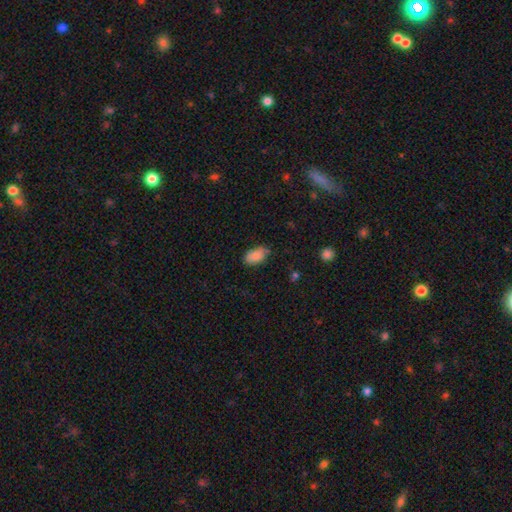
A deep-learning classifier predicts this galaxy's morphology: Smooth or featured? smooth (86%)
How rounded? in between (93%)
Merging? none (72%)